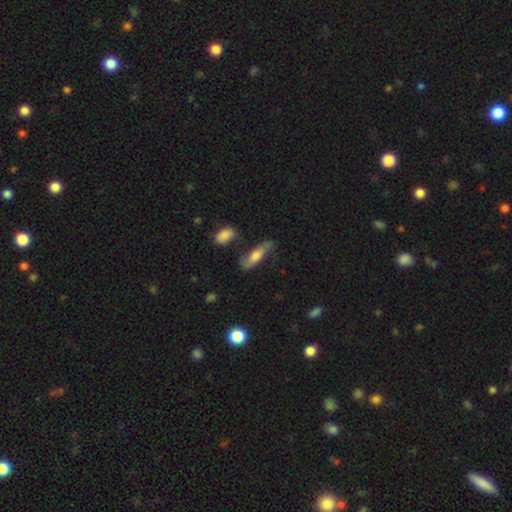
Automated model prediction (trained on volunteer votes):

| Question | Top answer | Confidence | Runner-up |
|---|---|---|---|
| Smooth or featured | featured or disk | 48% | smooth (45%) |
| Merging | none | 62% | minor disturbance (24%) |